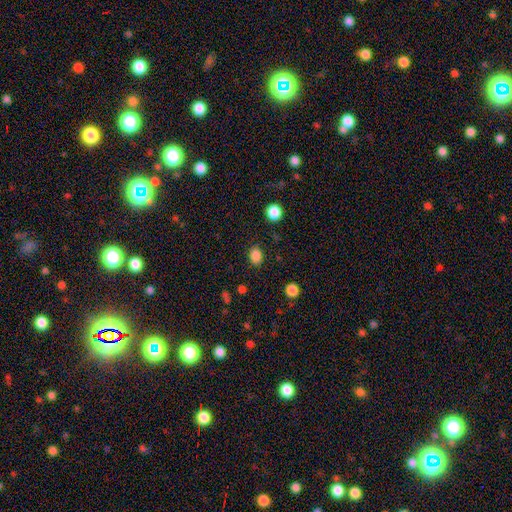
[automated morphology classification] Overall: smooth (86%). How rounded: in between (65%; round 34%). Merging: none (87%).